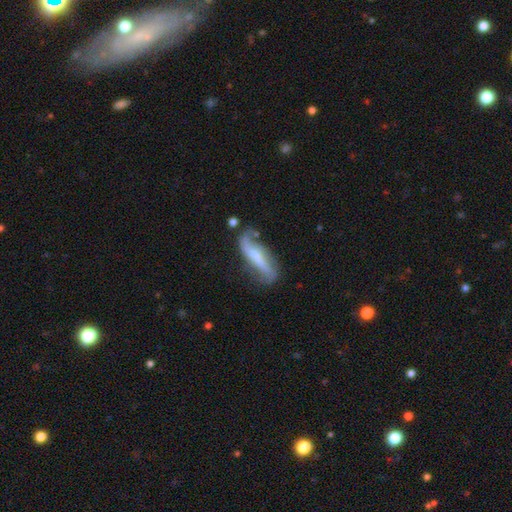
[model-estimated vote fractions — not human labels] A featured or disk galaxy (64%).

Vote fractions:
- Smooth or featured? featured or disk: 64% / smooth: 29% / star or artifact: 7%
- Edge-on disk? no: 70% / yes: 30%
- Merging? none: 56% / minor disturbance: 26% / major disturbance: 12% / merger: 5%